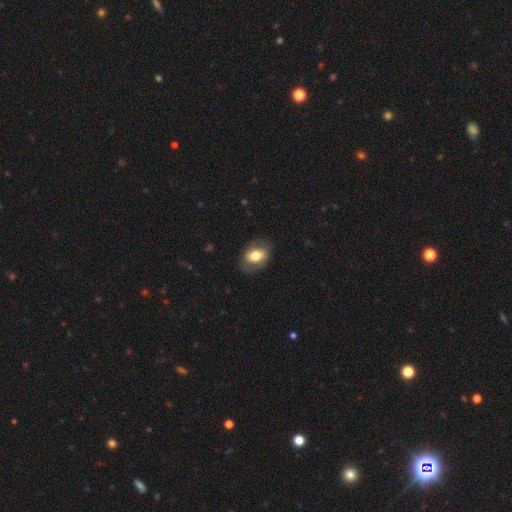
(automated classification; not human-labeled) Smooth or featured?
  - smooth: 68% *
  - featured or disk: 24%
  - star or artifact: 7%
How rounded?
  - in between: 78% *
  - round: 20%
  - cigar-shaped: 1%
Merging?
  - none: 80% *
  - minor disturbance: 14%
  - major disturbance: 6%
  - merger: 1%